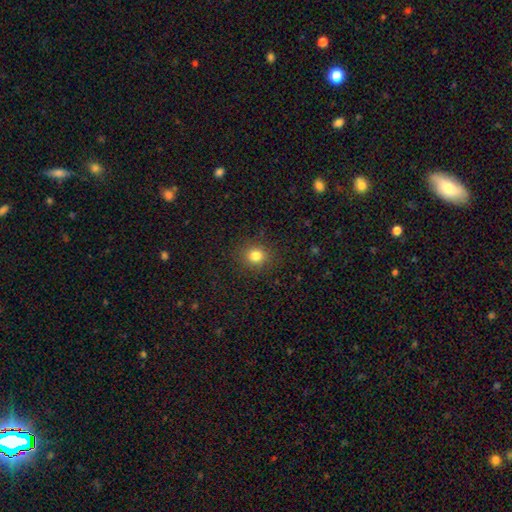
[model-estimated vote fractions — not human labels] This appears to be a smooth galaxy with no disk features (82%) that is round (86%). Merging: none (89%).